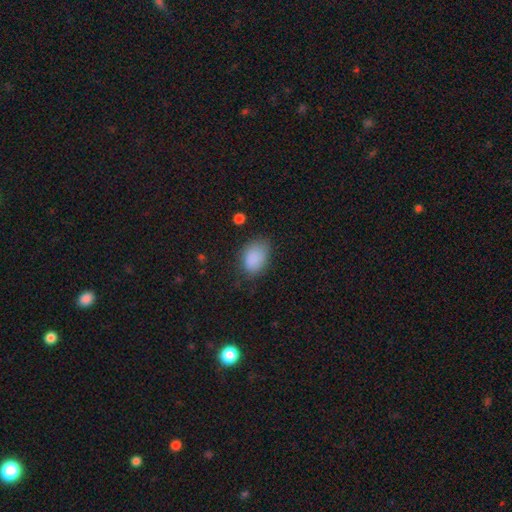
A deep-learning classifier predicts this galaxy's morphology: smooth 87%, star or artifact 8%, featured or disk 5%. Down the decision tree: how rounded — in between (80%); merging — none (66%).